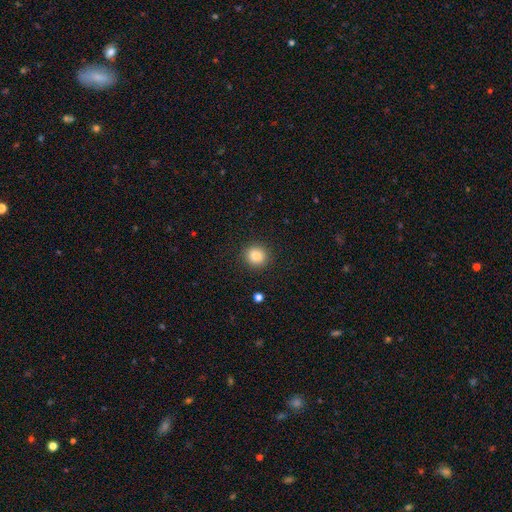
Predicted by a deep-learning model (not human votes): Smooth or featured? Predicted: smooth (p=0.85). How rounded? Predicted: round (p=0.89). Merging? Predicted: none (p=0.90).